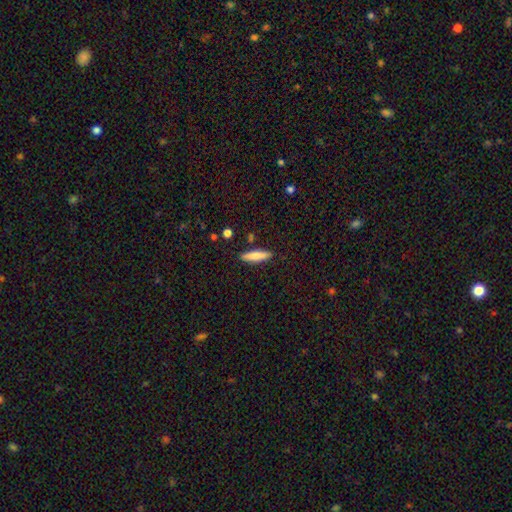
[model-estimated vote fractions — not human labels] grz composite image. It shows a smooth galaxy with no disk features (78%) that is cigar-shaped (78%). Merging: none (87%).